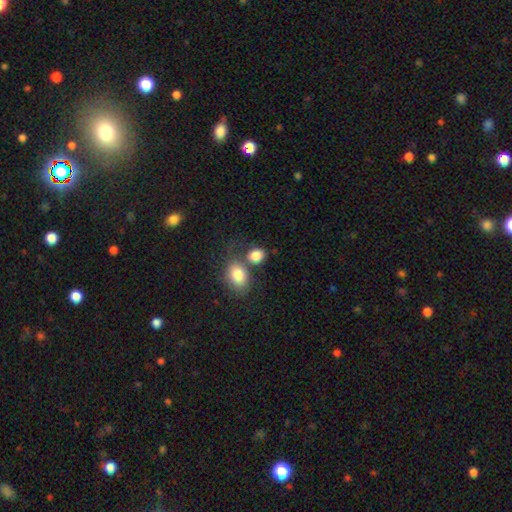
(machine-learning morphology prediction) smooth 84%, star or artifact 9%, featured or disk 7%. Down the decision tree: how rounded — round (52%); merging — none (50%).